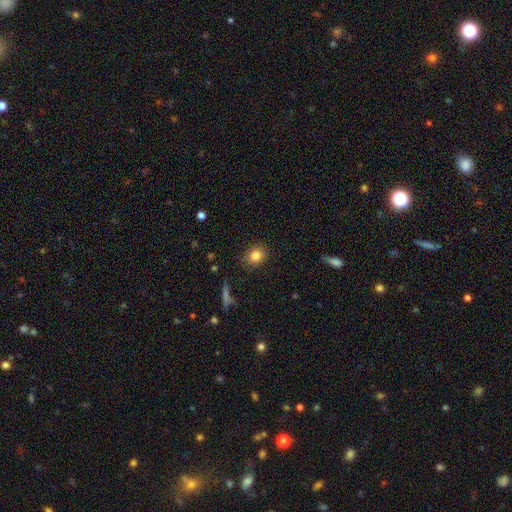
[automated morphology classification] Smooth or featured?
  - smooth: 83% *
  - star or artifact: 10%
  - featured or disk: 7%
How rounded?
  - round: 70% *
  - in between: 29%
  - cigar-shaped: 1%
Merging?
  - none: 87% *
  - minor disturbance: 9%
  - major disturbance: 3%
  - merger: 1%